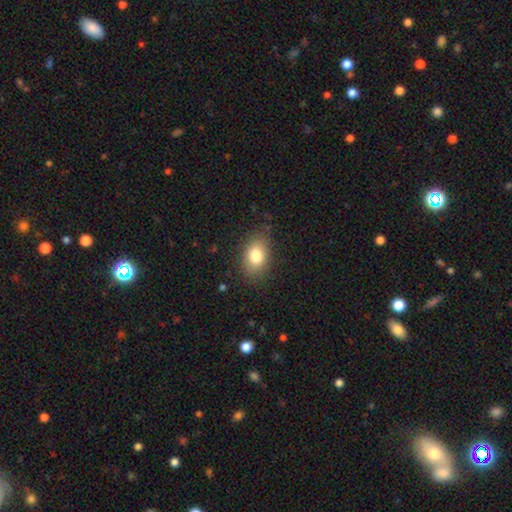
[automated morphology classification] A smooth galaxy with no disk features (80%) that is in between round and cigar-shaped (79%).

Vote fractions:
- Smooth or featured? smooth: 80% / featured or disk: 11% / star or artifact: 9%
- How rounded? in between: 79% / round: 20% / cigar-shaped: 1%
- Merging? none: 82% / minor disturbance: 13% / major disturbance: 4% / merger: 1%